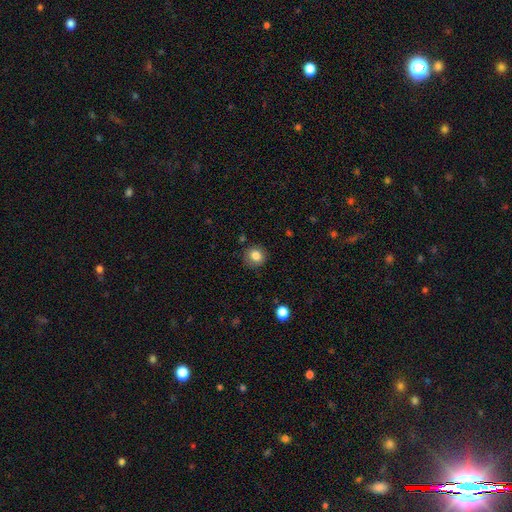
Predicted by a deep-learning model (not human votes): Smooth or featured? Predicted: smooth (p=0.83). How rounded? Predicted: round (p=0.88). Merging? Predicted: none (p=0.86).